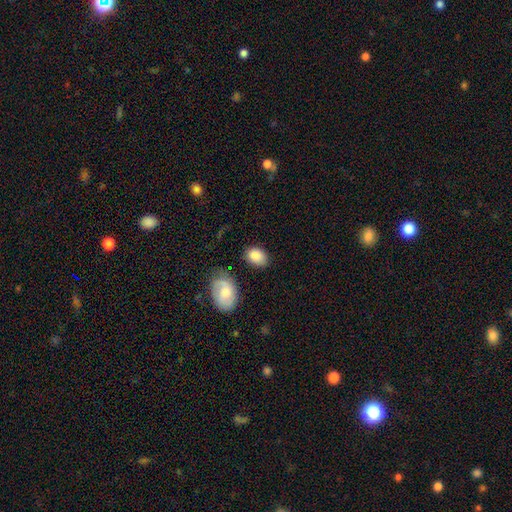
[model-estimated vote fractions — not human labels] Smooth or featured? smooth (85%)
How rounded? in between (79%)
Merging? none (71%)